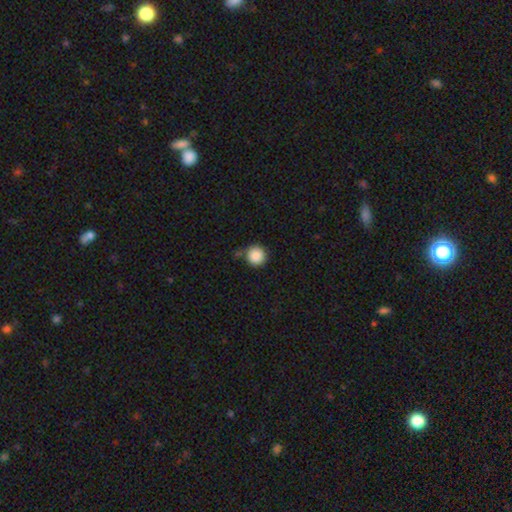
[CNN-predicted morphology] smooth 88%, star or artifact 8%, featured or disk 3%. Down the decision tree: how rounded — round (95%); merging — none (73%).